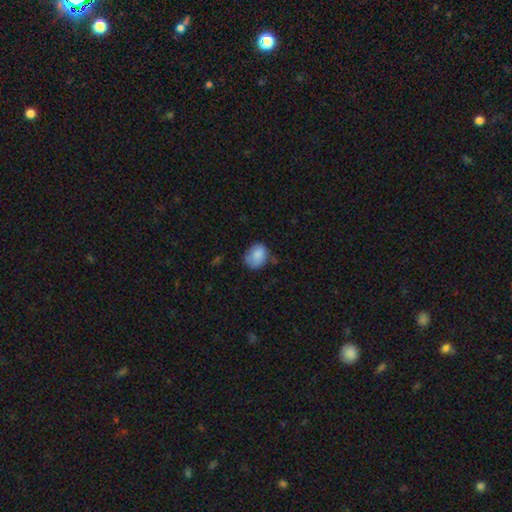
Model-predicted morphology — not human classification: smooth-or-featured: smooth: 82% | featured or disk: 10% | star or artifact: 8%
  how-rounded: in between: 52% | round: 47% | cigar-shaped: 1%
  merging: none: 59% | minor disturbance: 29% | major disturbance: 8% | merger: 3%